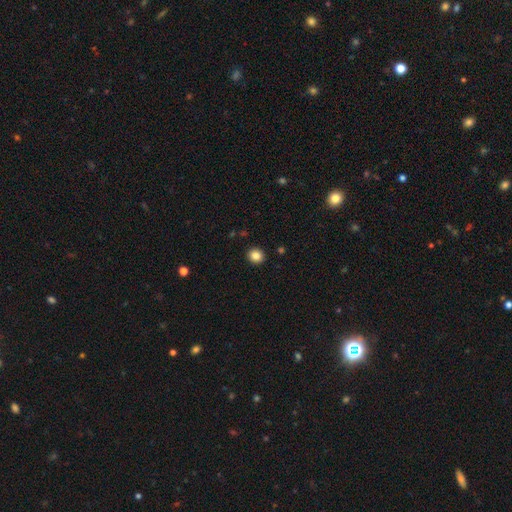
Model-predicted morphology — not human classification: The model was most divided on "how rounded": round: 87%, in between: 12%, cigar-shaped: 1%. More confident: merging — none (92%); smooth or featured — smooth (85%).